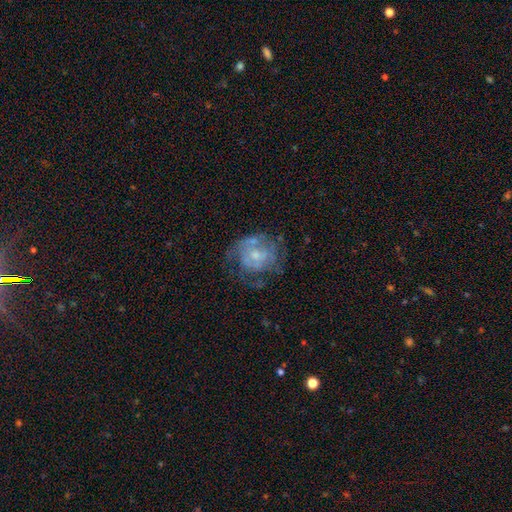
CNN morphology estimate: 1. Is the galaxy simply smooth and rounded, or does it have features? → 64% featured or disk, 28% smooth, 8% star or artifact.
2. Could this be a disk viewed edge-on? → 98% no, 2% yes.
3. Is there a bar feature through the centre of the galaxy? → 78% no, 19% weak, 3% strong.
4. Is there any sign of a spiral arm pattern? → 50% yes (tied), 50% no (tied).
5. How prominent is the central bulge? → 51% small, 39% moderate, 6% none, 3% large, 1% dominant.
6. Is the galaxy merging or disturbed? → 48% none, 25% major disturbance, 23% minor disturbance, 4% merger.